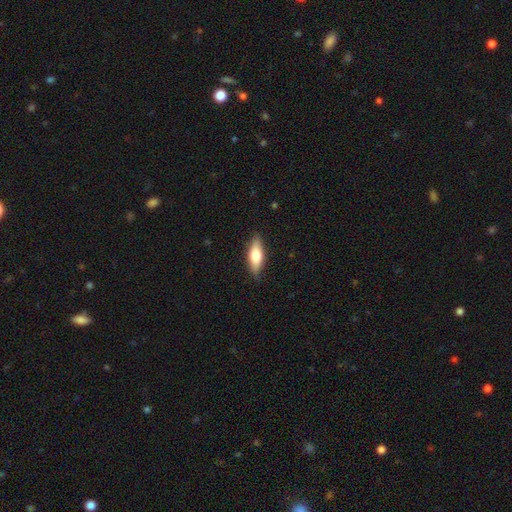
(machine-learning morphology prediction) smooth-or-featured: smooth: 68% | featured or disk: 26% | star or artifact: 6%
  how-rounded: in between: 64% | cigar-shaped: 33% | round: 2%
  merging: none: 86% | minor disturbance: 11% | major disturbance: 2% | merger: 1%